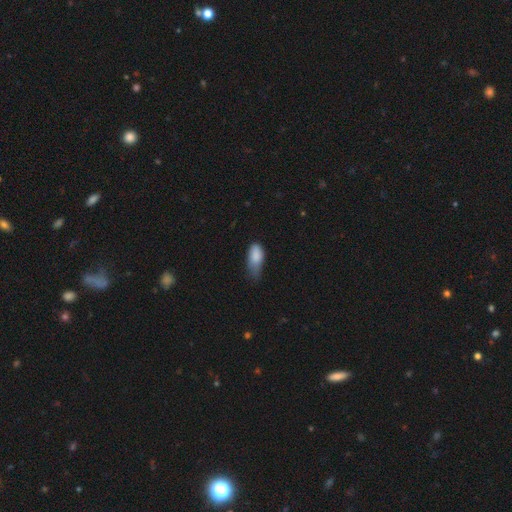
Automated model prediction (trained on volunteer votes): Smooth or featured: smooth — 85% (featured or disk — 8%)
How rounded: in between — 88% (cigar-shaped — 9%)
Merging: minor disturbance — 51% (none — 28%)